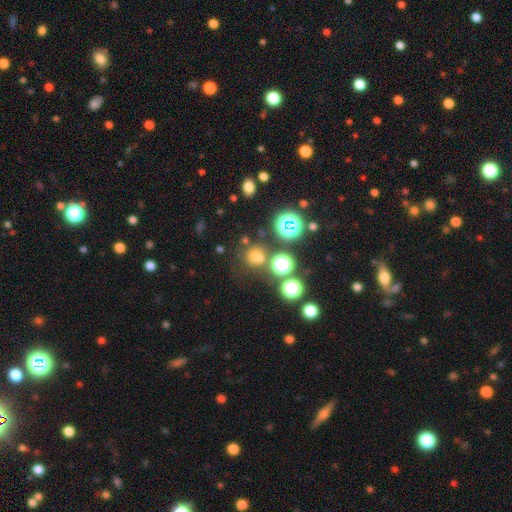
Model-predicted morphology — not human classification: A smooth galaxy with no disk features (63%) that is round (81%).

Vote fractions:
- Smooth or featured? smooth: 63% / star or artifact: 29% / featured or disk: 8%
- How rounded? round: 81% / in between: 18% / cigar-shaped: 1%
- Merging? none: 69% / merger: 13% / minor disturbance: 12% / major disturbance: 6%